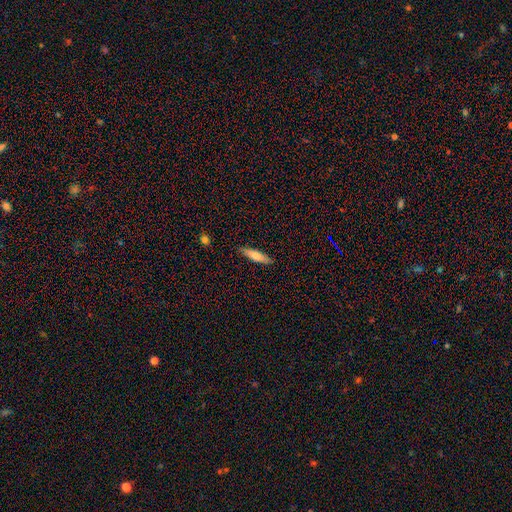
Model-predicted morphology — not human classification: This appears to be a smooth galaxy with no disk features (66%) that is cigar-shaped (77%). Merging: none (89%).